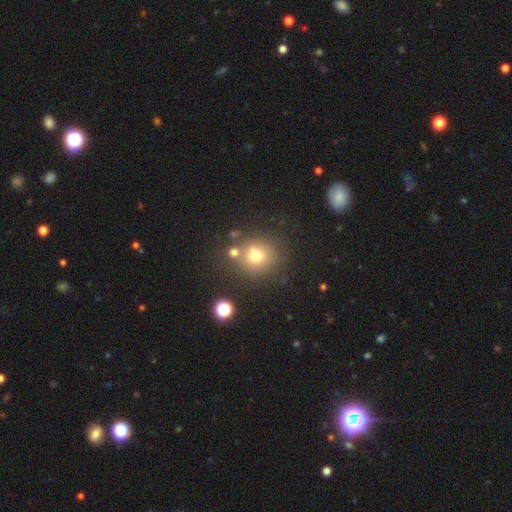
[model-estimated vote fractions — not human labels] Smooth or featured? smooth (69%)
How rounded? round (86%)
Merging? none (68%)